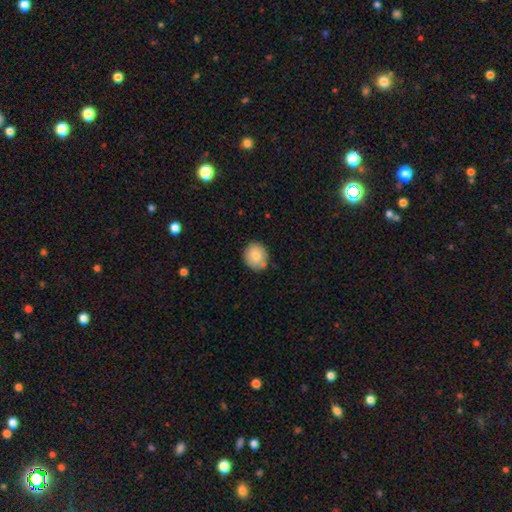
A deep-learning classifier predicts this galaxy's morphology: Smooth or featured? smooth (82%)
How rounded? round (75%)
Merging? none (79%)